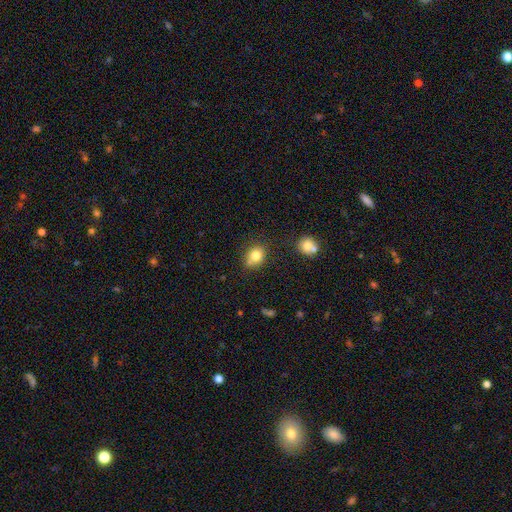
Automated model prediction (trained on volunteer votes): A smooth galaxy with no disk features (80%) that is round (67%).

Vote fractions:
- Smooth or featured? smooth: 80% / star or artifact: 11% / featured or disk: 9%
- How rounded? round: 67% / in between: 32% / cigar-shaped: 1%
- Merging? none: 61% / minor disturbance: 17% / merger: 17% / major disturbance: 5%